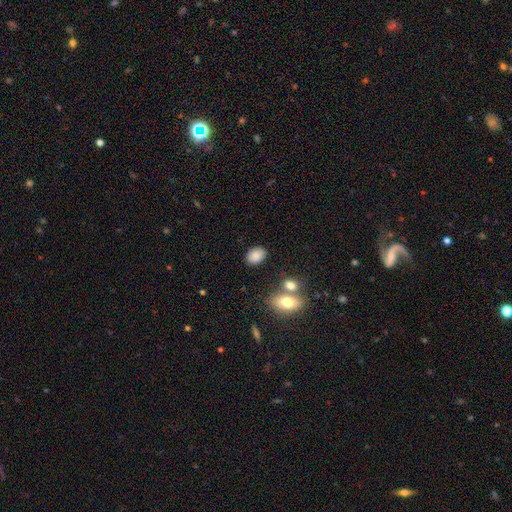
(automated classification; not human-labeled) Smooth or featured? smooth (86%)
How rounded? in between (83%)
Merging? none (80%)